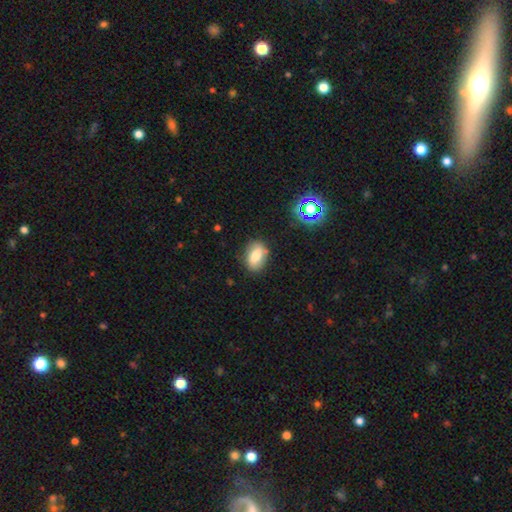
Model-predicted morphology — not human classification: type=smooth (75%); roundness=in between (84%); merging=none (76%).